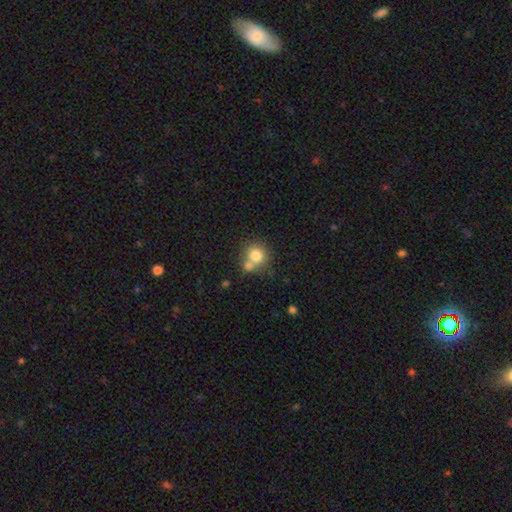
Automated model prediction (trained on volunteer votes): Smooth or featured: smooth — 78% (featured or disk — 12%)
How rounded: round — 87% (in between — 12%)
Merging: none — 50% (merger — 38%)